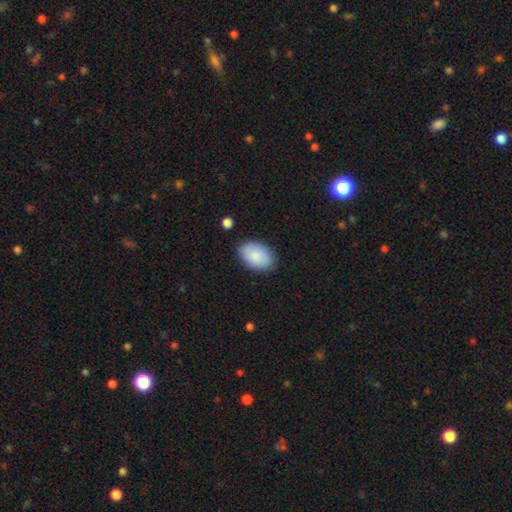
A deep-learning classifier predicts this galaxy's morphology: A smooth galaxy with no disk features (85%) that is in between round and cigar-shaped (91%).

Vote fractions:
- Smooth or featured? smooth: 85% / featured or disk: 9% / star or artifact: 6%
- How rounded? in between: 91% / round: 8% / cigar-shaped: 1%
- Merging? none: 84% / minor disturbance: 12% / major disturbance: 3% / merger: 2%